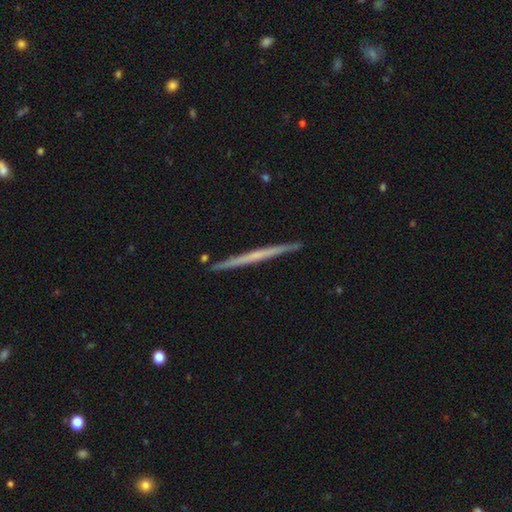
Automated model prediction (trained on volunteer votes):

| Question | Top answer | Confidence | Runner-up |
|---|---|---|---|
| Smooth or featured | featured or disk | 60% | smooth (34%) |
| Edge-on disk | yes | 98% | no (2%) |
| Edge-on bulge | none | 83% | rounded (13%) |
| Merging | none | 92% | minor disturbance (6%) |